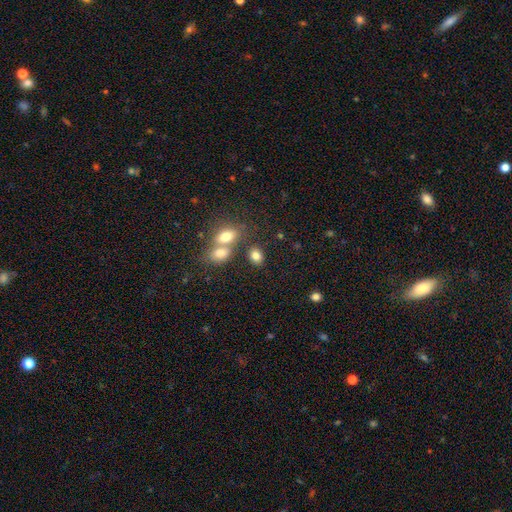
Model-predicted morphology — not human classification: This is clearly a smooth galaxy (80%). How rounded: likely in between (68%). Merging: likely none (61%).